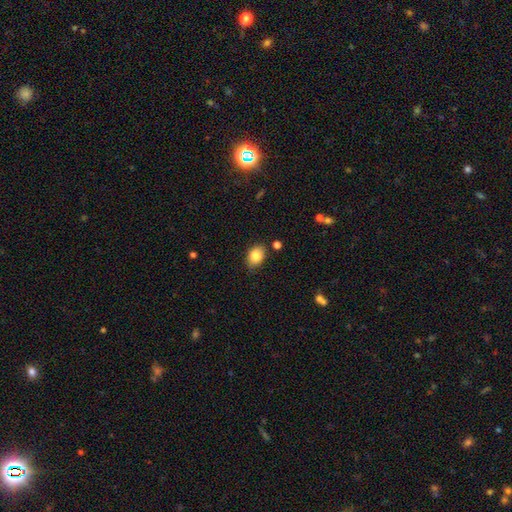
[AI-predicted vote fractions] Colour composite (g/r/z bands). It shows a smooth galaxy with no disk features (85%) that is in between round and cigar-shaped (77%). Merging: none (82%).